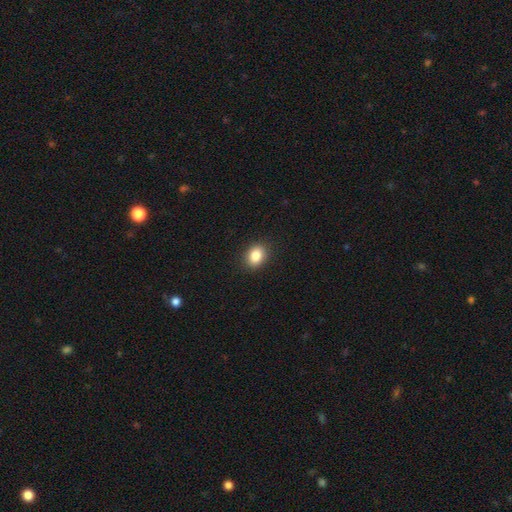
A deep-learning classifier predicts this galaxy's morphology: Smooth or featured?
  - smooth: 85% *
  - star or artifact: 10%
  - featured or disk: 5%
How rounded?
  - in between: 58% *
  - round: 41%
  - cigar-shaped: 1%
Merging?
  - none: 89% *
  - minor disturbance: 7%
  - major disturbance: 2%
  - merger: 1%